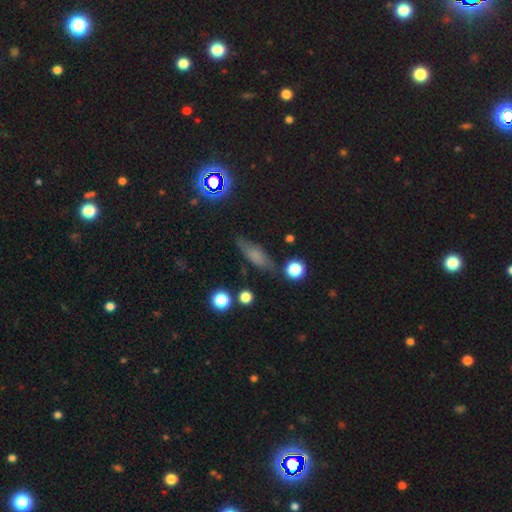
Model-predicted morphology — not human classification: The model was most divided on "how rounded": in between: 53%, cigar-shaped: 41%, round: 6%. More confident: merging — none (73%); smooth or featured — smooth (61%).